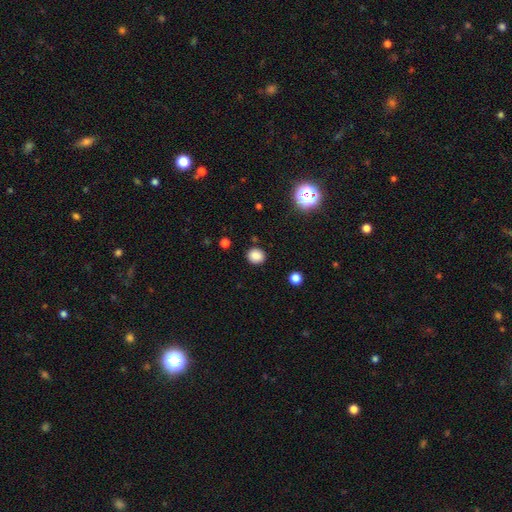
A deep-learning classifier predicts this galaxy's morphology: smooth-or-featured: smooth: 85% | star or artifact: 12% | featured or disk: 4%
  how-rounded: round: 79% | in between: 20% | cigar-shaped: 1%
  merging: none: 89% | minor disturbance: 7% | major disturbance: 2% | merger: 2%